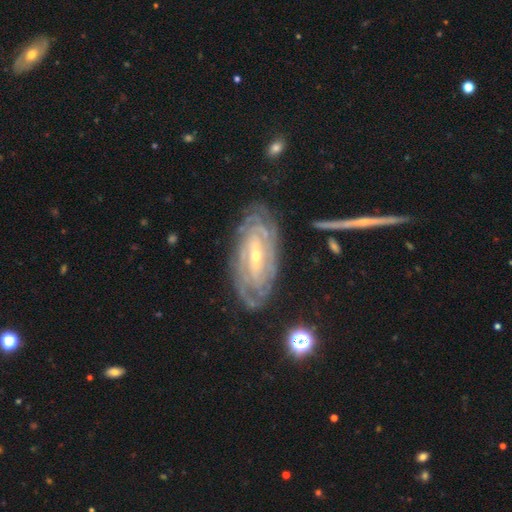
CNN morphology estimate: A featured or disk galaxy (88%) with a weak bar (40%), tight (77%) spiral arms (95%) and a small central bulge (64%).

Vote fractions:
- Smooth or featured? featured or disk: 88% / smooth: 7% / star or artifact: 5%
- Edge-on disk? no: 91% / yes: 9%
- Bar? weak: 40% / strong: 39% / no: 21%
- Spiral arms? yes: 95% / no: 5%
- Spiral winding? tight: 77% / medium: 19% / loose: 4%
- Spiral arm count? can't tell: 40% / 2: 19% / 4: 15% / 3: 14% / more than 4: 7% / 1: 5%
- Bulge size? small: 64% / moderate: 33% / large: 1% / none: 1% / dominant: 1%
- Merging? none: 76% / minor disturbance: 17% / major disturbance: 6% / merger: 2%